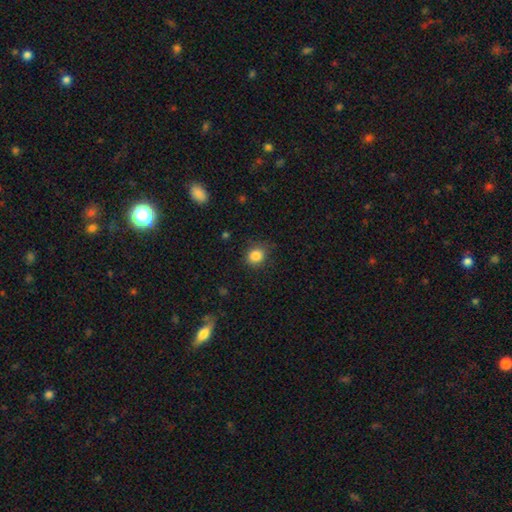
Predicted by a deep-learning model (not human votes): Smooth or featured?
  - smooth: 85% *
  - star or artifact: 11%
  - featured or disk: 5%
How rounded?
  - round: 71% *
  - in between: 28%
  - cigar-shaped: 1%
Merging?
  - none: 81% *
  - minor disturbance: 15%
  - major disturbance: 4%
  - merger: 1%